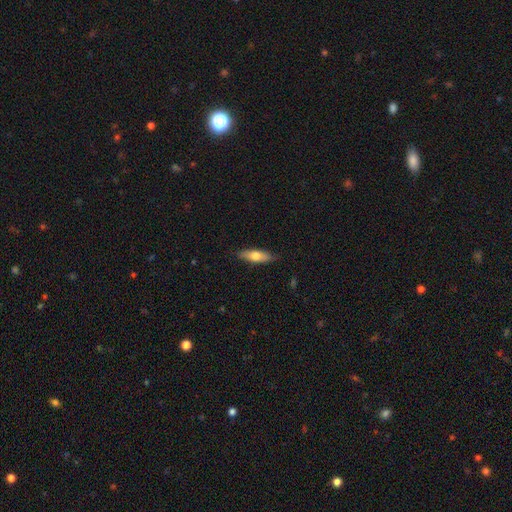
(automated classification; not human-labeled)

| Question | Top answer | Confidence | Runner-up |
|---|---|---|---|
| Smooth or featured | smooth | 60% | featured or disk (34%) |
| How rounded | cigar-shaped | 53% | in between (44%) |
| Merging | none | 86% | minor disturbance (11%) |